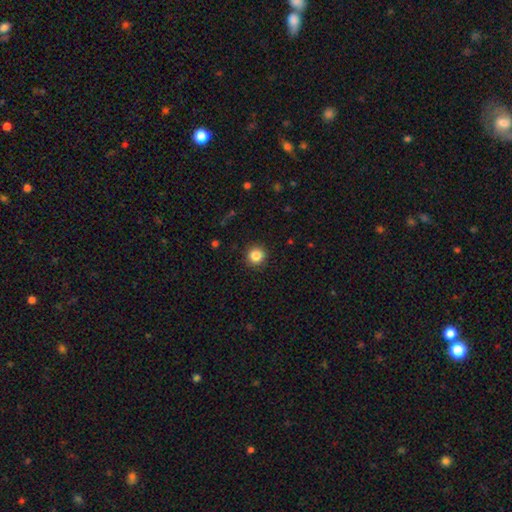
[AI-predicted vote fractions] smooth 86%, star or artifact 10%, featured or disk 4%. Down the decision tree: how rounded — round (94%); merging — none (91%).